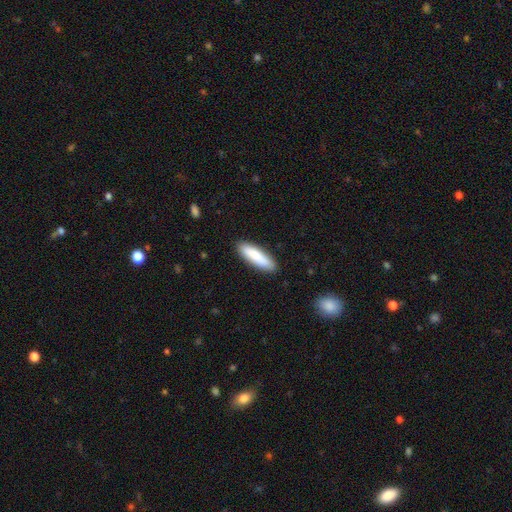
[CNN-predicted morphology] Overall: smooth (84%). How rounded: cigar-shaped (65%; in between 33%). Merging: none (89%).